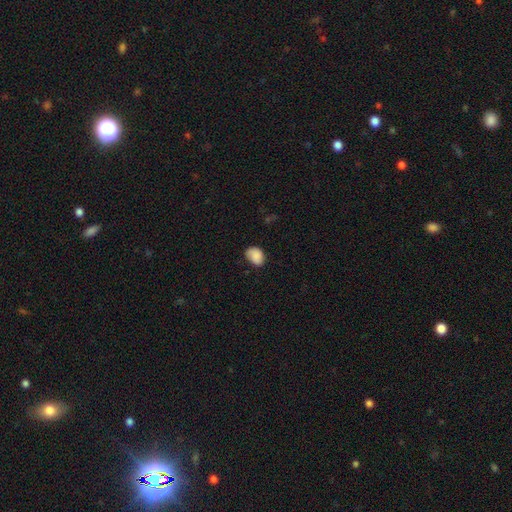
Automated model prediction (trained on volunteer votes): smooth_or_featured: smooth (p=0.88) [alt: star or artifact p=0.07]
how_rounded: in between (p=0.76) [alt: round p=0.23]
merging: none (p=0.67) [alt: minor disturbance p=0.27]